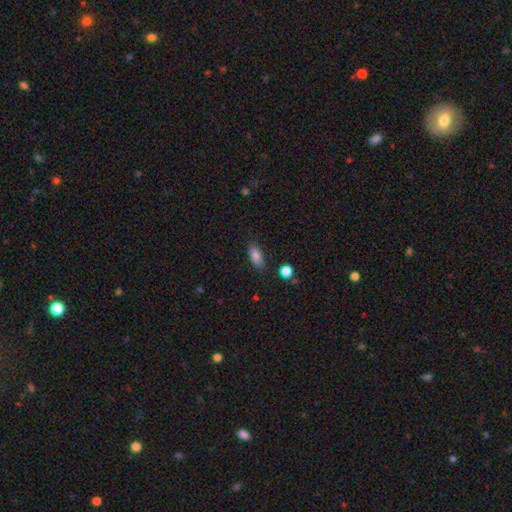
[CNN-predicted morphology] Smooth or featured? Predicted: smooth (p=0.84). How rounded? Predicted: in between (p=0.84). Merging? Predicted: none (p=0.85).